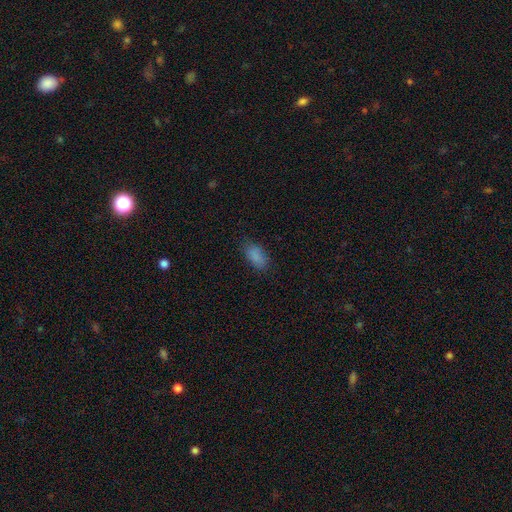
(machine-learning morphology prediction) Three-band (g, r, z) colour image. It shows a smooth galaxy with no disk features (86%) that is in between round and cigar-shaped (92%). Merging: none (80%).